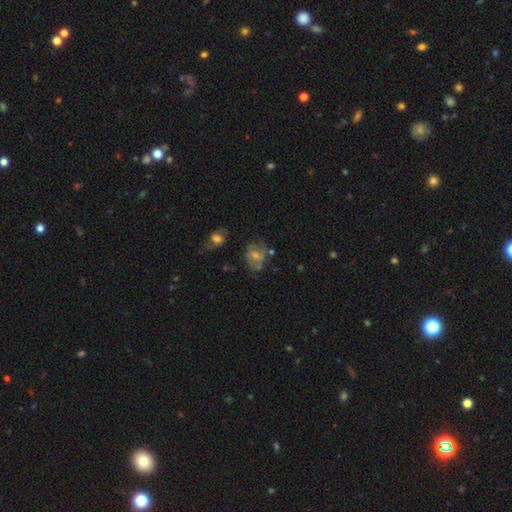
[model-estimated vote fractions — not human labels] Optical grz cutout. It shows a featured or disk galaxy (51%). Merging: none (66%).